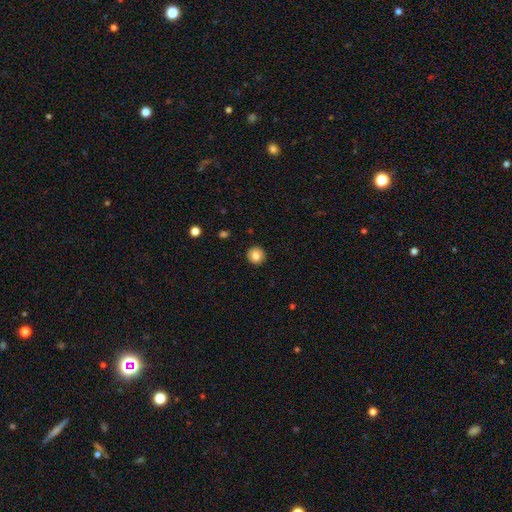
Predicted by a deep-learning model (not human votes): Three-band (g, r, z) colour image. It shows a smooth galaxy with no disk features (81%) that is round (91%). Merging: none (91%).